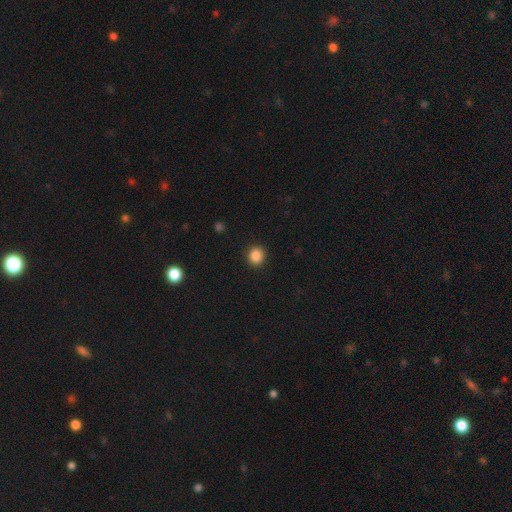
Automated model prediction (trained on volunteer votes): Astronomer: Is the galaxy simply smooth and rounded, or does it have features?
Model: smooth — 87%.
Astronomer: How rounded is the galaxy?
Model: round — 89%.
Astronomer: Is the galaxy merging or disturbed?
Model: none — 92%.